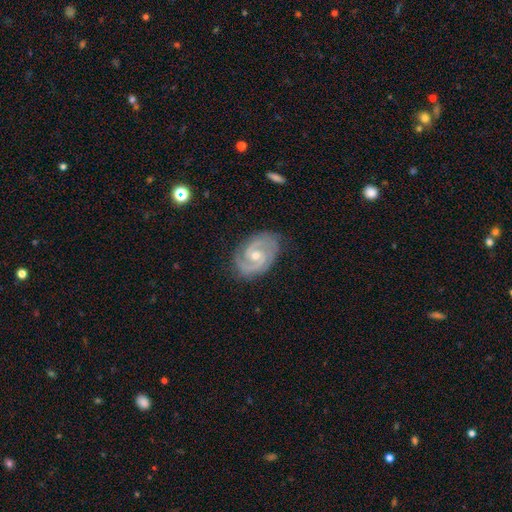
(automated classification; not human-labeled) featured or disk 91%, smooth 5%, star or artifact 4%. Down the decision tree: edge-on disk — no (98%); bar — no (49%); spiral arms — yes (98%); spiral arm count — 2 (89%); spiral winding — tight (50%); bulge size — moderate (54%); merging — none (81%).